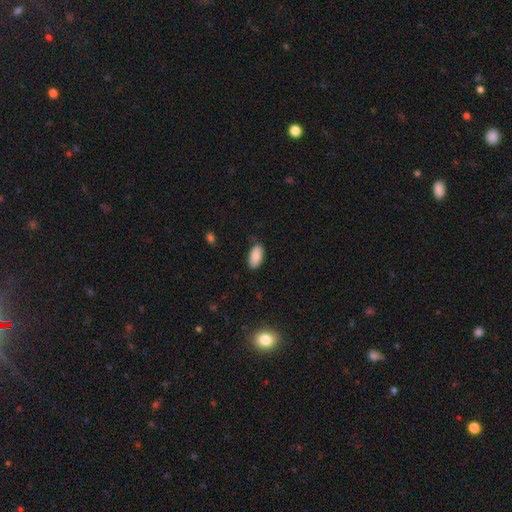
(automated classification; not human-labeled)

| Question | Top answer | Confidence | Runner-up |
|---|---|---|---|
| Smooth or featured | smooth | 88% | star or artifact (7%) |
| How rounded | in between | 92% | cigar-shaped (6%) |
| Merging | none | 79% | minor disturbance (17%) |